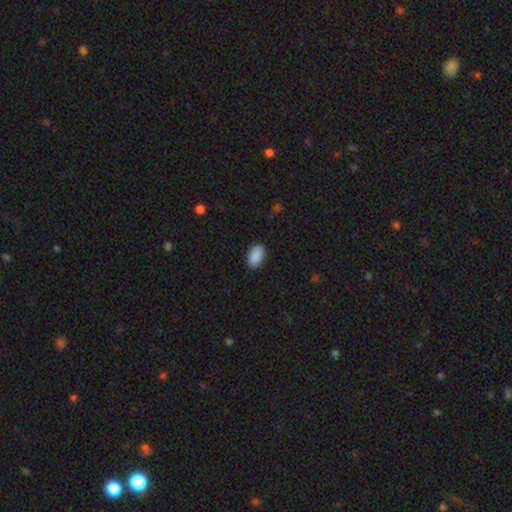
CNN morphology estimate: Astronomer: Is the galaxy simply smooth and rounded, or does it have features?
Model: smooth — 91%.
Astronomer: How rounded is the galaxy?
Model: in between — 94%.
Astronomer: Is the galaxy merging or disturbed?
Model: none — 89%.